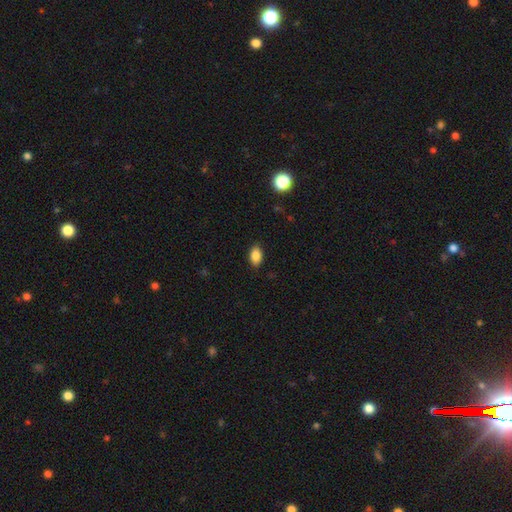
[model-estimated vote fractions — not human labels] The model was most divided on "merging": none: 88%, minor disturbance: 9%, major disturbance: 2%, merger: 1%. More confident: how rounded — in between (90%); smooth or featured — smooth (87%).